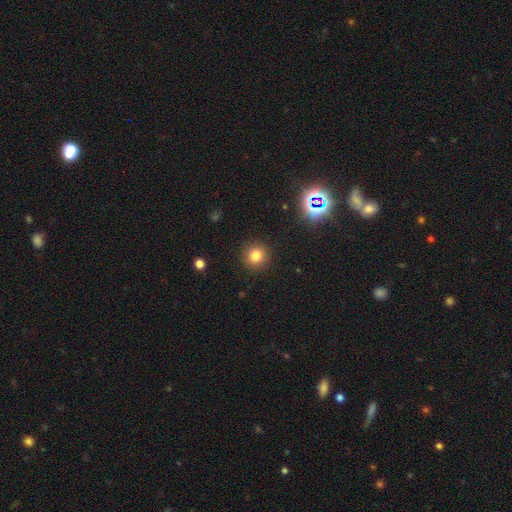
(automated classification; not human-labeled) Smooth or featured?
  - smooth: 80% *
  - star or artifact: 14%
  - featured or disk: 6%
How rounded?
  - round: 91% *
  - in between: 8%
  - cigar-shaped: 1%
Merging?
  - none: 91% *
  - minor disturbance: 6%
  - major disturbance: 2%
  - merger: 1%